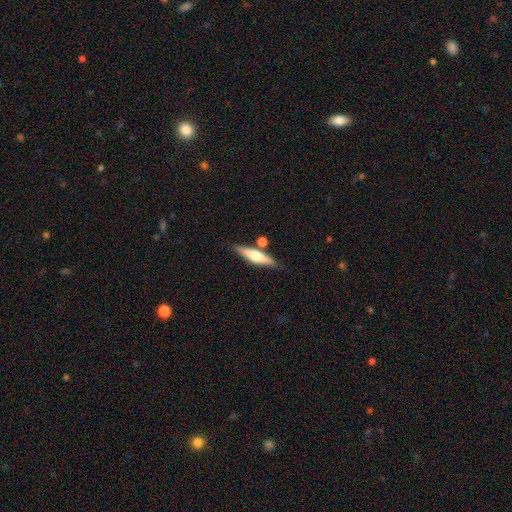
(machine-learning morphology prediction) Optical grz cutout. It shows a featured or disk galaxy (48%). Merging: none (76%).